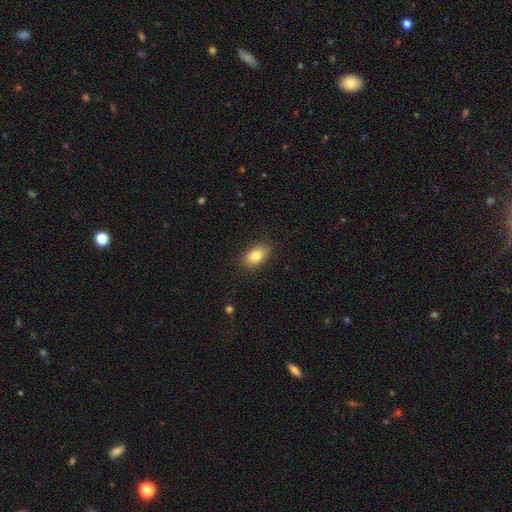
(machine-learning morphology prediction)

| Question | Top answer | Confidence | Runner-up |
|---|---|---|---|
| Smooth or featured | smooth | 82% | featured or disk (10%) |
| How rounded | in between | 89% | round (9%) |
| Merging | none | 86% | minor disturbance (10%) |